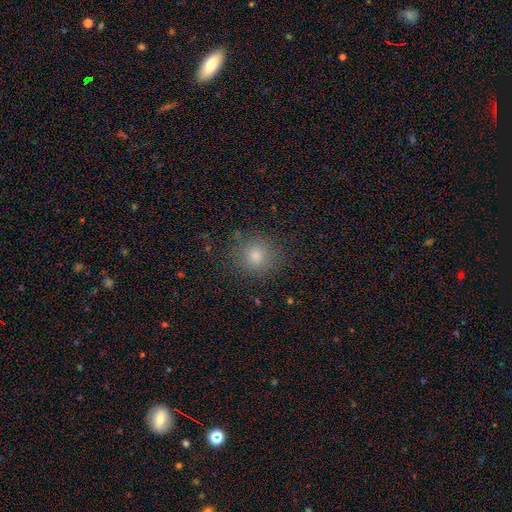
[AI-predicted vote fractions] smooth 77%, star or artifact 16%, featured or disk 7%. Down the decision tree: how rounded — round (88%); merging — none (86%).